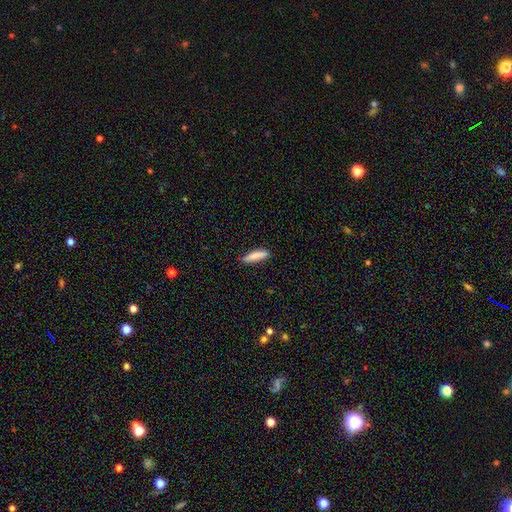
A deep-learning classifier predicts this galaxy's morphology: This appears to be a smooth galaxy with no disk features (85%) that is cigar-shaped (70%). Merging: none (80%).